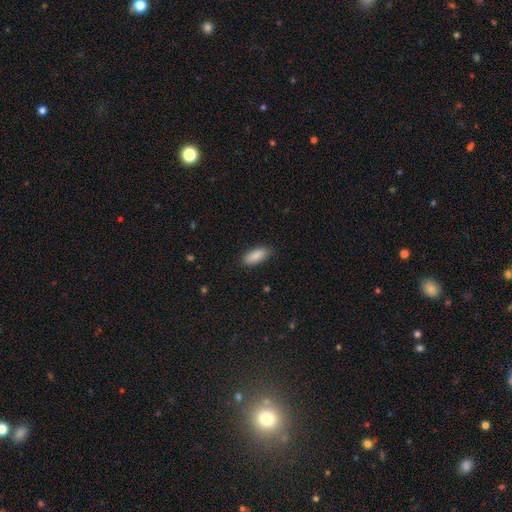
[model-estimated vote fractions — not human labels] smooth 89%, star or artifact 6%, featured or disk 5%. Down the decision tree: how rounded — in between (84%); merging — none (84%).